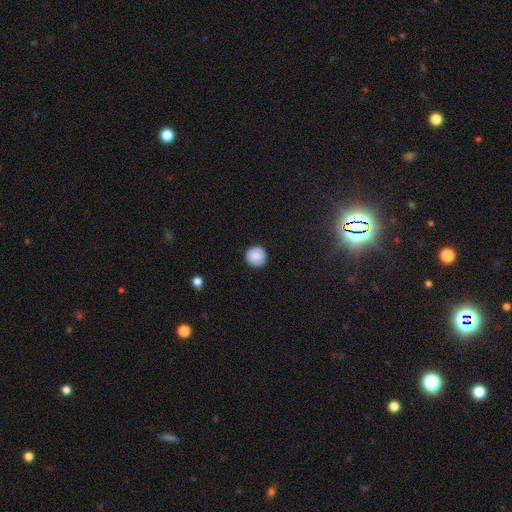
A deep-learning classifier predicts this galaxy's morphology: type=smooth (89%); roundness=round (96%); merging=none (91%).